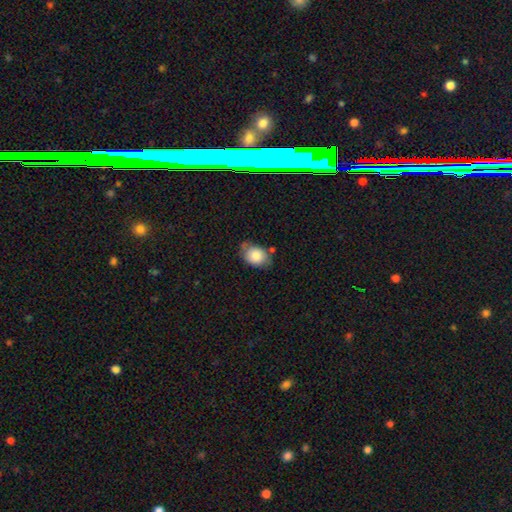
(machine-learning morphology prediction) Overall: smooth (81%). How rounded: in between (74%). Merging: none (60%; minor disturbance 28%).